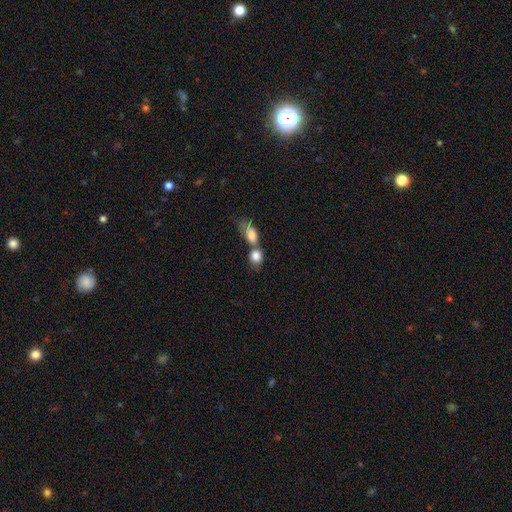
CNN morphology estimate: The model was most divided on "how rounded": in between: 53%, round: 43%, cigar-shaped: 3%. More confident: smooth or featured — smooth (82%); merging — merger (66%).